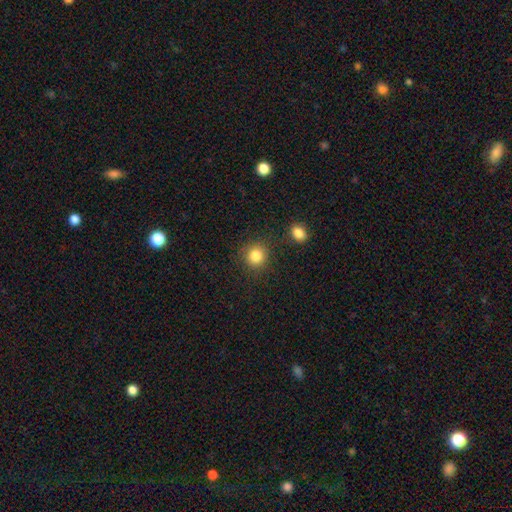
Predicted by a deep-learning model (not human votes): smooth_or_featured: smooth (p=0.84) [alt: star or artifact p=0.11]
how_rounded: round (p=0.89) [alt: in between p=0.10]
merging: none (p=0.84) [alt: minor disturbance p=0.08]